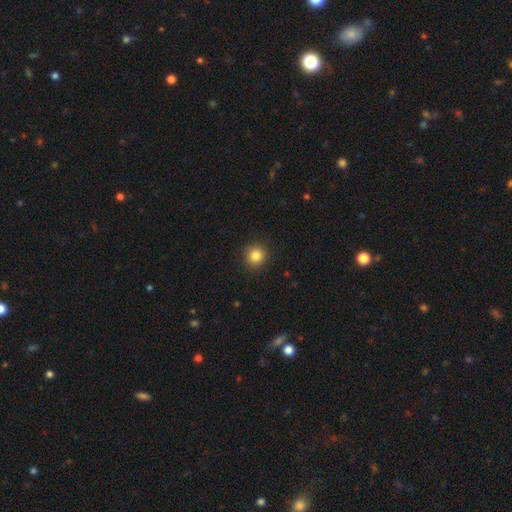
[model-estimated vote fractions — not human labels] smooth-or-featured: smooth: 84% | star or artifact: 11% | featured or disk: 5%
  how-rounded: round: 92% | in between: 7% | cigar-shaped: 1%
  merging: none: 91% | minor disturbance: 6% | major disturbance: 2% | merger: 1%